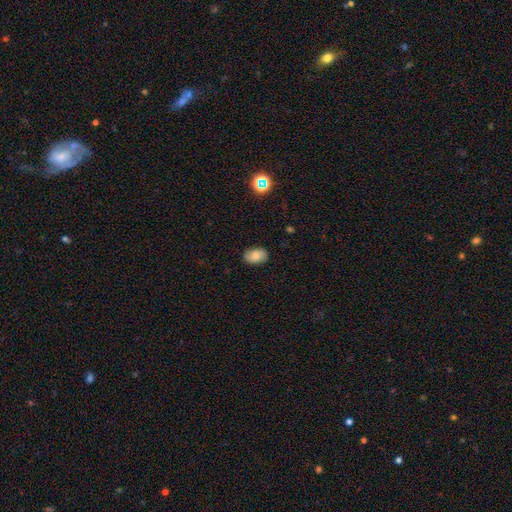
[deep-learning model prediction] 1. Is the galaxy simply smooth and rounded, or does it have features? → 78% smooth, 13% featured or disk, 9% star or artifact.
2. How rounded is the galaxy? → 85% in between, 14% round, 1% cigar-shaped.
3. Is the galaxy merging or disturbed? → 85% none, 11% minor disturbance, 2% major disturbance, 1% merger.